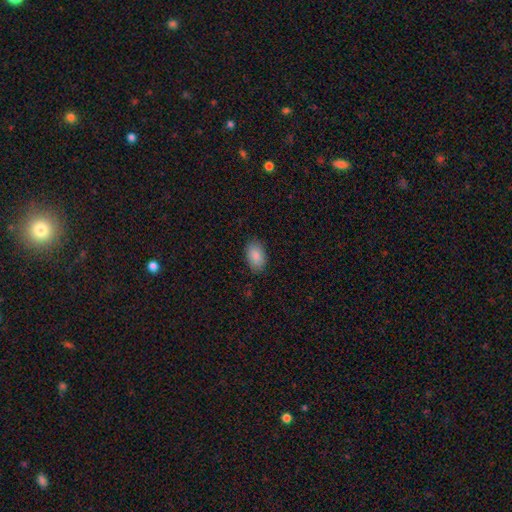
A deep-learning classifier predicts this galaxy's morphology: smooth-or-featured: smooth: 88% | star or artifact: 7% | featured or disk: 5%
  how-rounded: in between: 92% | round: 7% | cigar-shaped: 1%
  merging: none: 86% | minor disturbance: 10% | major disturbance: 2% | merger: 1%